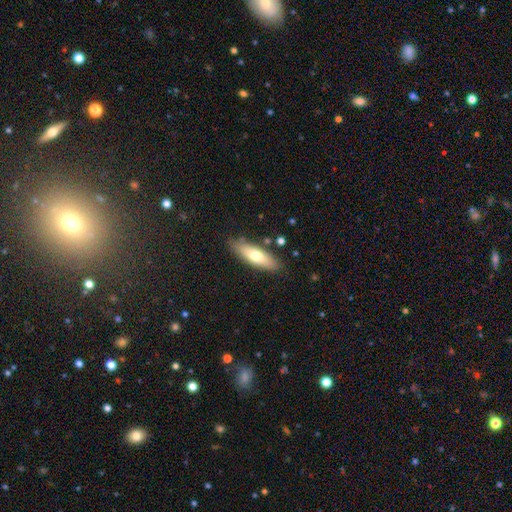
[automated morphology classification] A smooth galaxy with no disk features (66%) that is cigar-shaped (50%). Merging: none (84%).